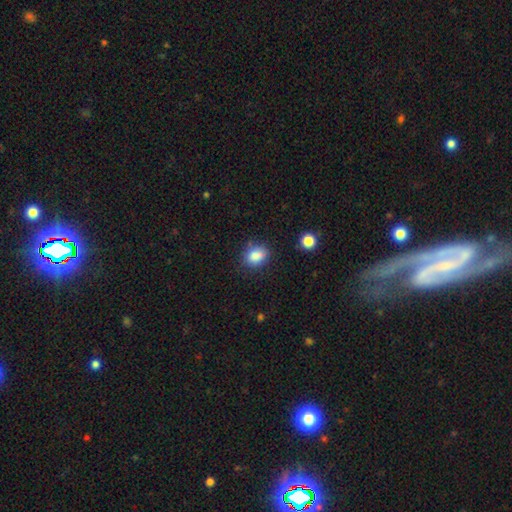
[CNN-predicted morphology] Overall: smooth (84%). How rounded: in between (58%; round 40%). Merging: none (71%).